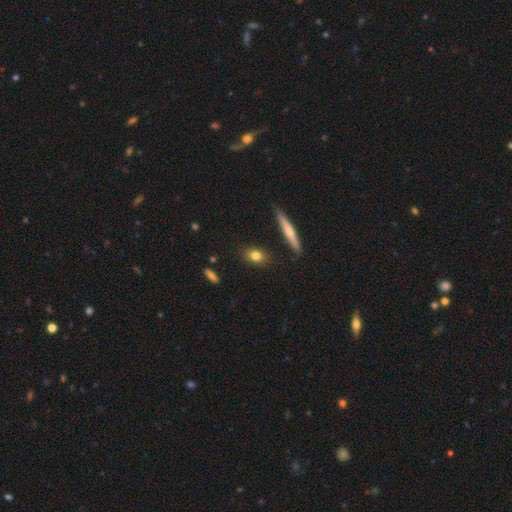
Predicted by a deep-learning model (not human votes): Smooth or featured: smooth — 76% (featured or disk — 16%)
How rounded: in between — 65% (round — 22%)
Merging: none — 85% (minor disturbance — 10%)